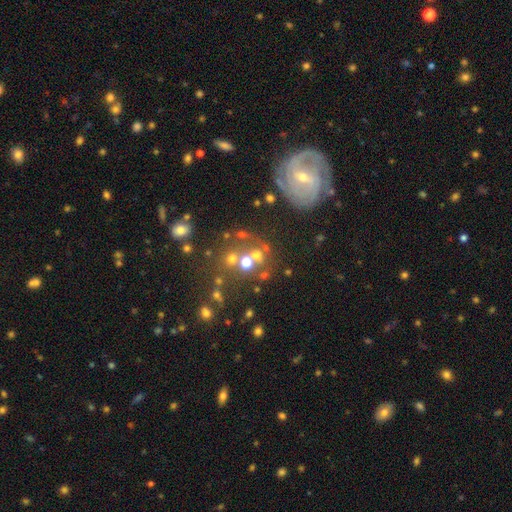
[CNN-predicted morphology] The model was most divided on "smooth or featured": smooth: 45%, featured or disk: 30%, star or artifact: 25%. More confident: merging — none (51%).